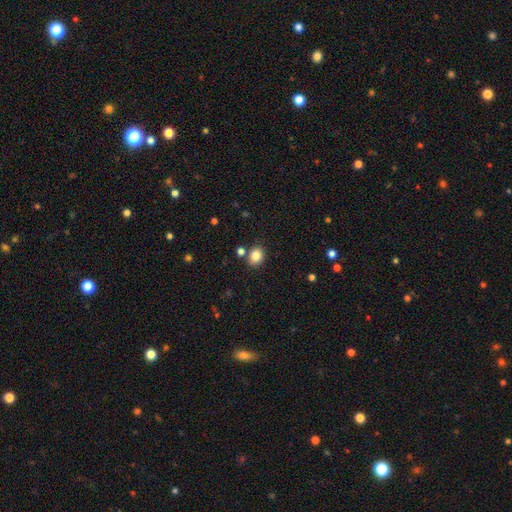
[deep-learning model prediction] Q: Smooth or featured?
A: smooth (84%); runner-up: star or artifact (10%)
Q: How rounded?
A: round (58%); runner-up: in between (41%)
Q: Merging?
A: none (79%); runner-up: minor disturbance (10%)